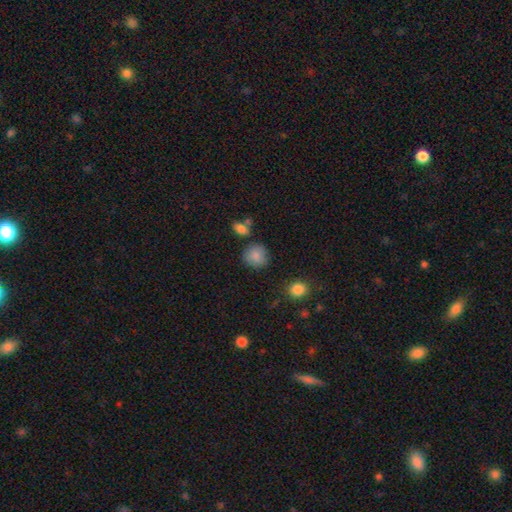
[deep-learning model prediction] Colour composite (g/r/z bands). It shows a smooth galaxy with no disk features (86%) that is round (87%). Merging: none (78%).